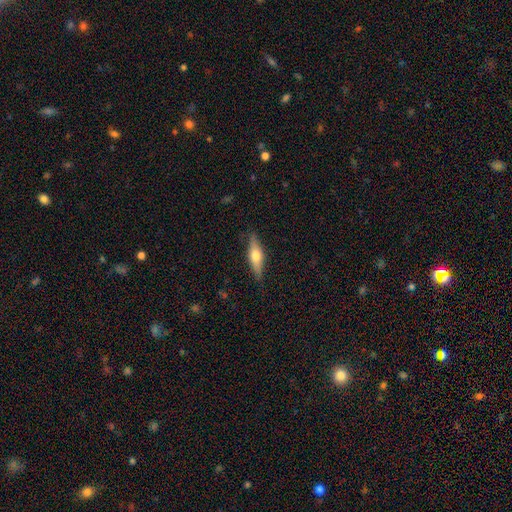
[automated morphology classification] type=featured or disk (51%); edge-on=yes (92%); merging=none (86%).